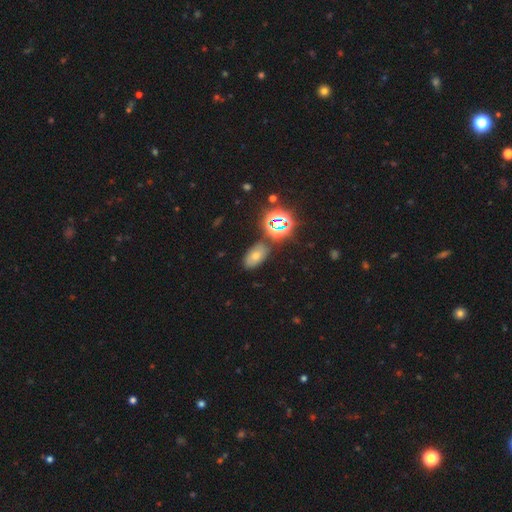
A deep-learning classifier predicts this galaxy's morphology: This is marginally a star or artifact rather than a galaxy (44%).